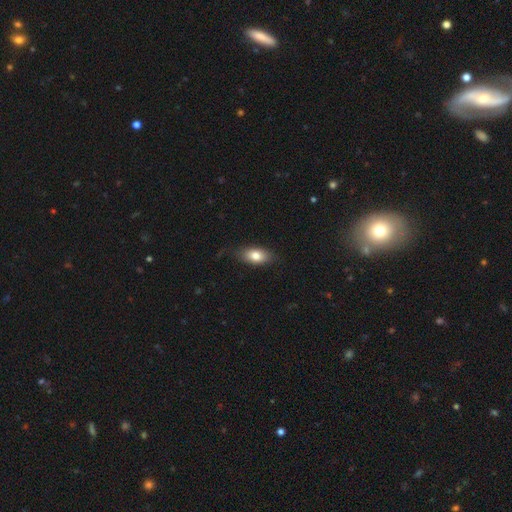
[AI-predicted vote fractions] Smooth or featured: smooth — 80% (featured or disk — 13%)
How rounded: in between — 89% (round — 6%)
Merging: none — 78% (minor disturbance — 17%)